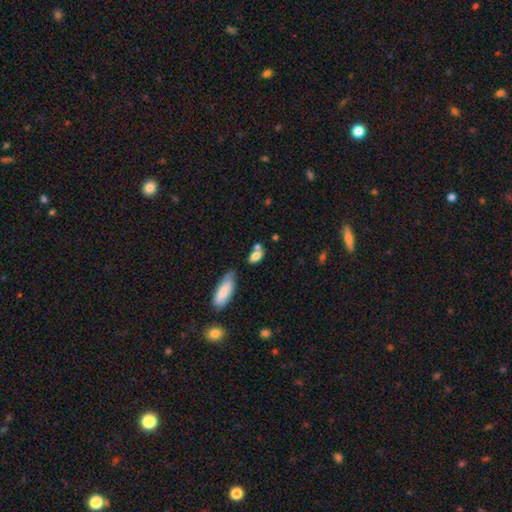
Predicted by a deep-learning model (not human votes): A smooth galaxy with no disk features (78%) that is in between round and cigar-shaped (82%). Merging: none (44%).